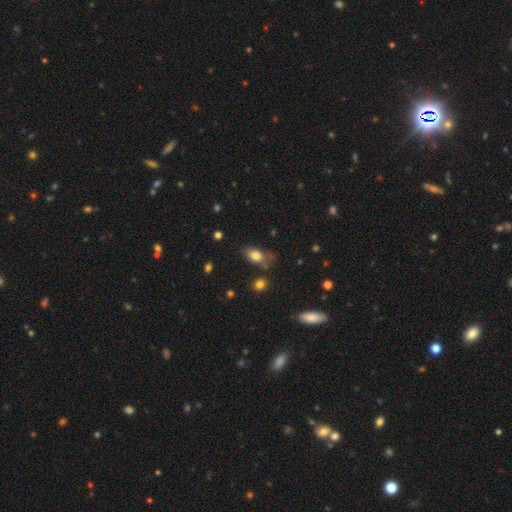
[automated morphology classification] smooth-or-featured: smooth: 79% | featured or disk: 12% | star or artifact: 9%
  how-rounded: in between: 86% | round: 9% | cigar-shaped: 5%
  merging: none: 61% | minor disturbance: 24% | major disturbance: 9% | merger: 6%